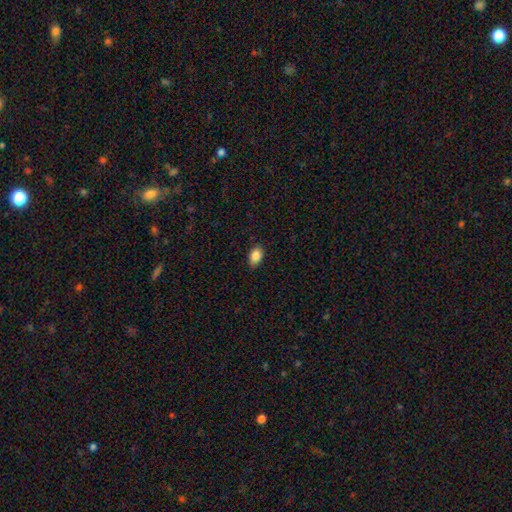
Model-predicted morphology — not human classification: smooth 86%, star or artifact 8%, featured or disk 6%. Down the decision tree: how rounded — in between (86%); merging — none (85%).